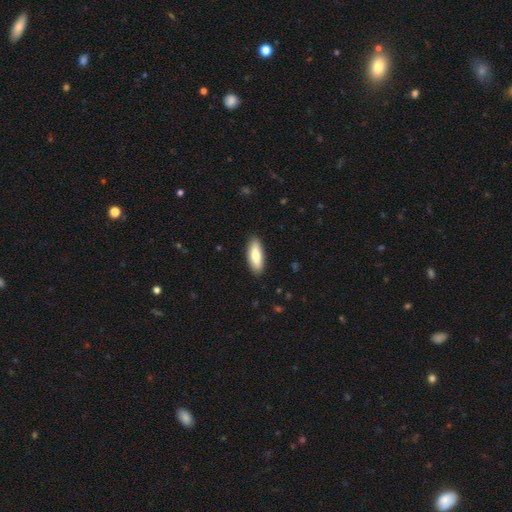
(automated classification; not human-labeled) Smooth or featured?
  - smooth: 79% *
  - featured or disk: 15%
  - star or artifact: 5%
How rounded?
  - in between: 69% *
  - cigar-shaped: 29%
  - round: 2%
Merging?
  - none: 88% *
  - minor disturbance: 9%
  - major disturbance: 2%
  - merger: 1%